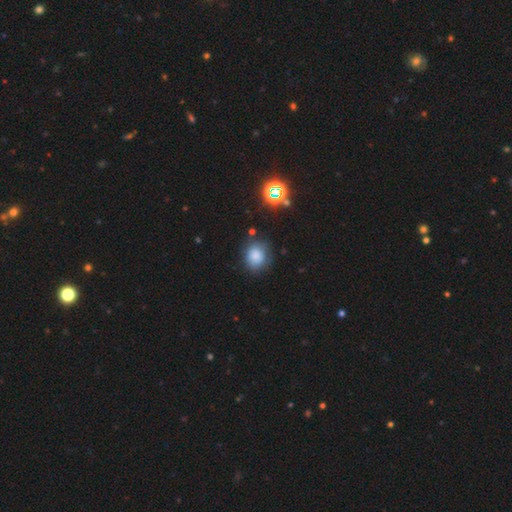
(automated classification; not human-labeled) smooth-or-featured: smooth: 79% | star or artifact: 13% | featured or disk: 8%
  how-rounded: round: 67% | in between: 32% | cigar-shaped: 1%
  merging: none: 74% | minor disturbance: 18% | major disturbance: 5% | merger: 3%